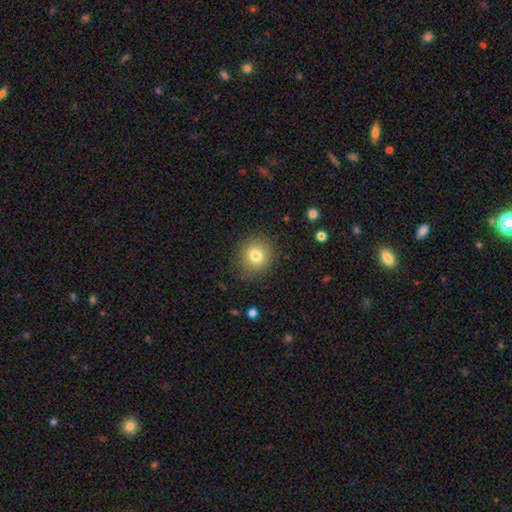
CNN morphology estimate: This appears to be a smooth galaxy with no disk features (79%) that is round (86%). Merging: none (84%).